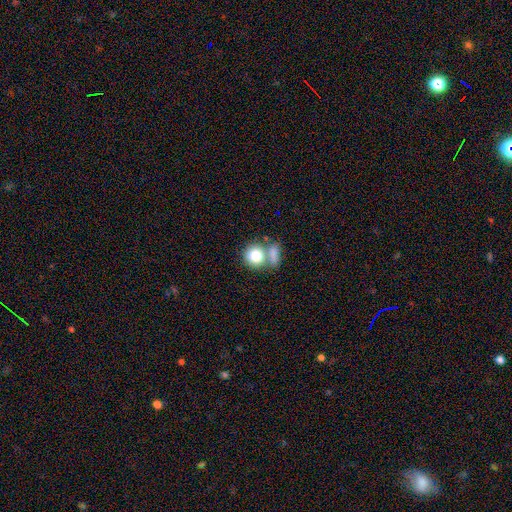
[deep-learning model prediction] Q: Smooth or featured?
A: smooth (80%); runner-up: featured or disk (12%)
Q: How rounded?
A: round (76%); runner-up: in between (22%)
Q: Merging?
A: merger (44%); runner-up: none (41%)